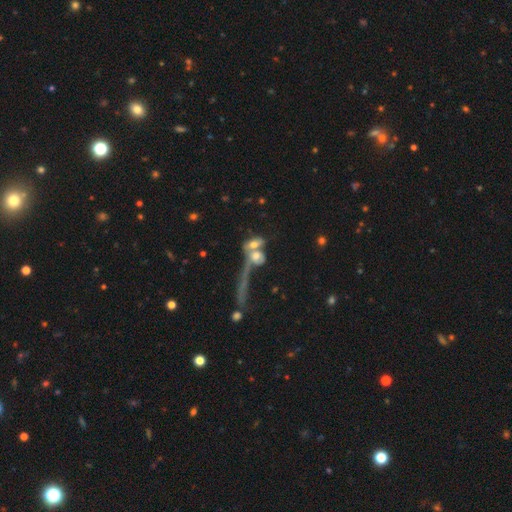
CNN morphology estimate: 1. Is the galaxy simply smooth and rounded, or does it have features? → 53% smooth, 35% featured or disk, 12% star or artifact.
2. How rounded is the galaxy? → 60% in between, 27% round, 13% cigar-shaped.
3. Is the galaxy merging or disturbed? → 61% merger, 19% none, 12% major disturbance, 8% minor disturbance.